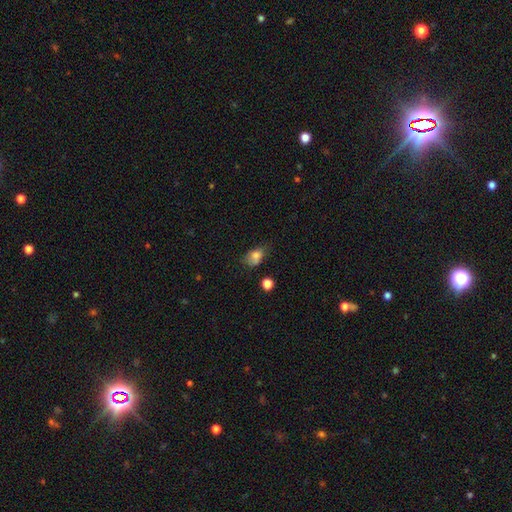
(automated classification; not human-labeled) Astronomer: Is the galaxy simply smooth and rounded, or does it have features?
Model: smooth — 75%.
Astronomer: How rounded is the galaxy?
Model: in between — 77%.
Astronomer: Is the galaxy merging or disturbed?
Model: none — 41% (runner-up: minor disturbance, 37%).